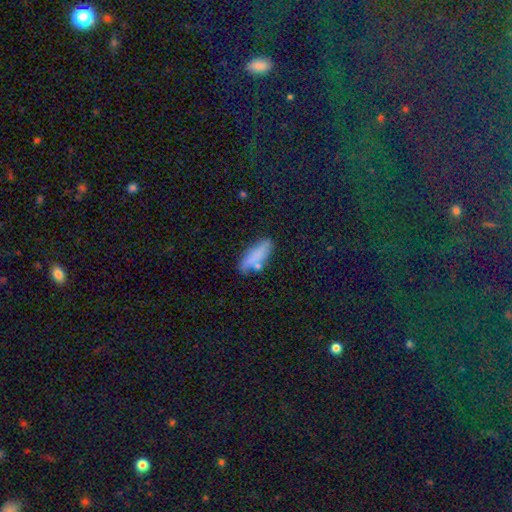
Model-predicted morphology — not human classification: smooth 78%, featured or disk 13%, star or artifact 10%. Down the decision tree: how rounded — in between (51%); merging — none (67%).